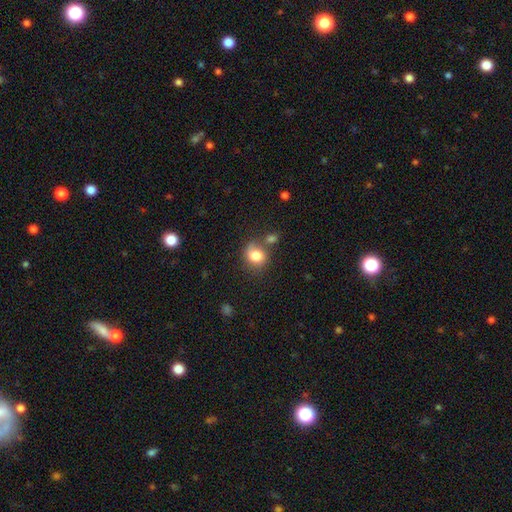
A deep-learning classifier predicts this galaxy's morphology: smooth_or_featured: smooth (p=0.80) [alt: star or artifact p=0.10]
how_rounded: round (p=0.70) [alt: in between p=0.29]
merging: none (p=0.58) [alt: merger p=0.18]